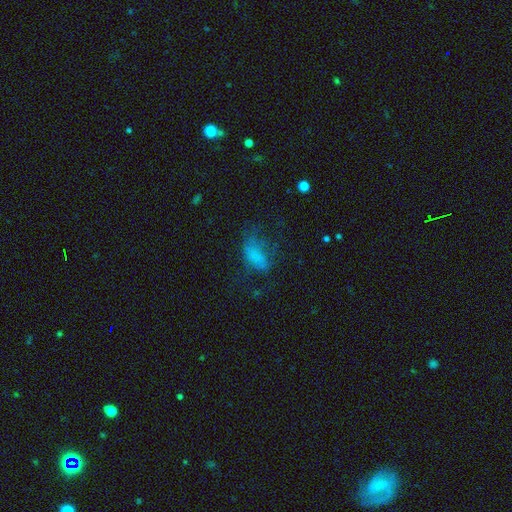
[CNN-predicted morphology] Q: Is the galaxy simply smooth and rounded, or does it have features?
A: smooth — 57%.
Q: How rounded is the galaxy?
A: in between — 86%.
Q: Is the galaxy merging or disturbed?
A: major disturbance — 42%.